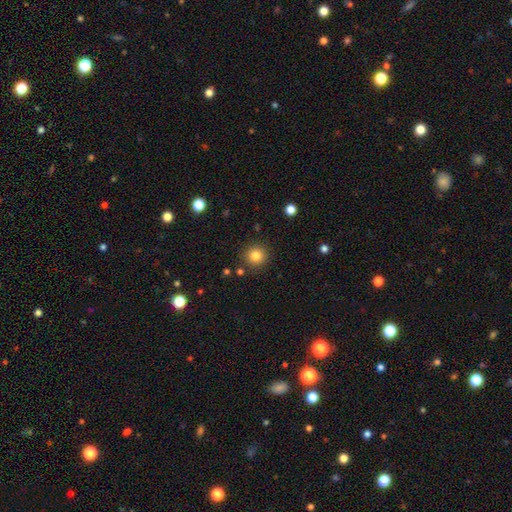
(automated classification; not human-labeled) Overall: smooth (82%). How rounded: round (94%). Merging: none (89%).